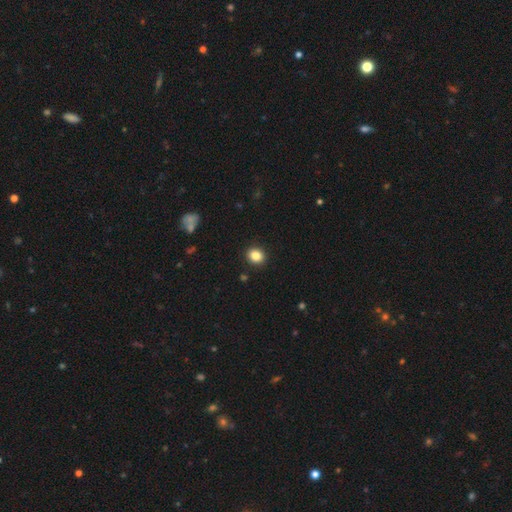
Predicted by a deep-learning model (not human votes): A smooth galaxy with no disk features (84%) that is round (74%).

Vote fractions:
- Smooth or featured? smooth: 84% / star or artifact: 10% / featured or disk: 6%
- How rounded? round: 74% / in between: 25% / cigar-shaped: 1%
- Merging? none: 91% / minor disturbance: 6% / major disturbance: 2% / merger: 1%